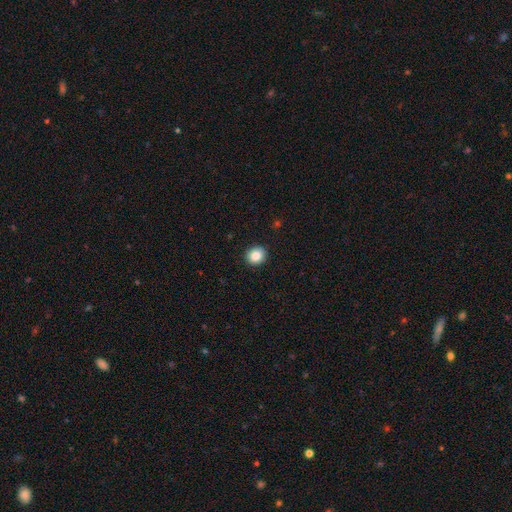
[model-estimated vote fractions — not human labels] smooth_or_featured: smooth (p=0.86) [alt: star or artifact p=0.09]
how_rounded: round (p=0.79) [alt: in between p=0.20]
merging: none (p=0.91) [alt: minor disturbance p=0.07]